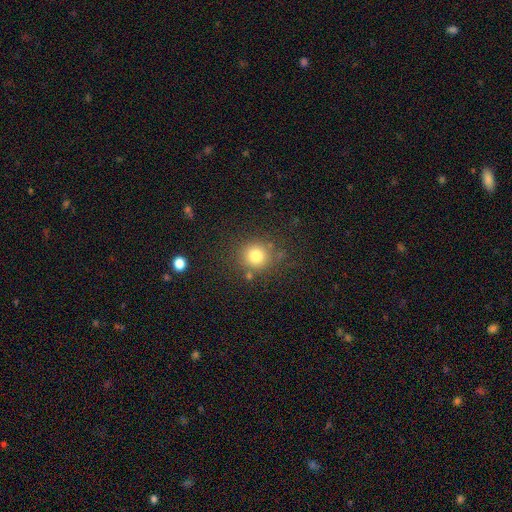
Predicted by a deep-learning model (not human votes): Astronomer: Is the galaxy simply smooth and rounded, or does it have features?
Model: smooth — 80%.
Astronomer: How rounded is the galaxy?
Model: round — 89%.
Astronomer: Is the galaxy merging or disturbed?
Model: none — 79%.